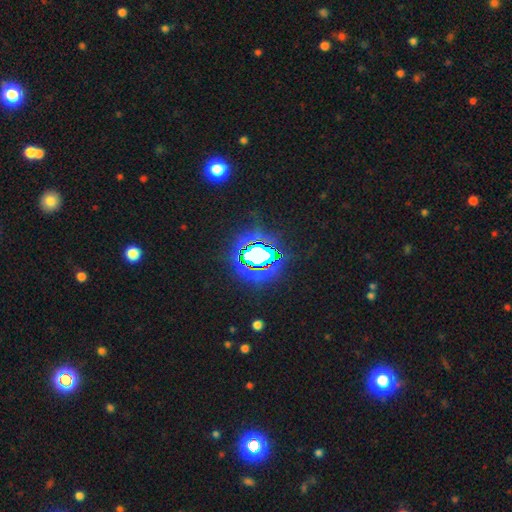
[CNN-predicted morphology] Smooth or featured? star or artifact (74%)